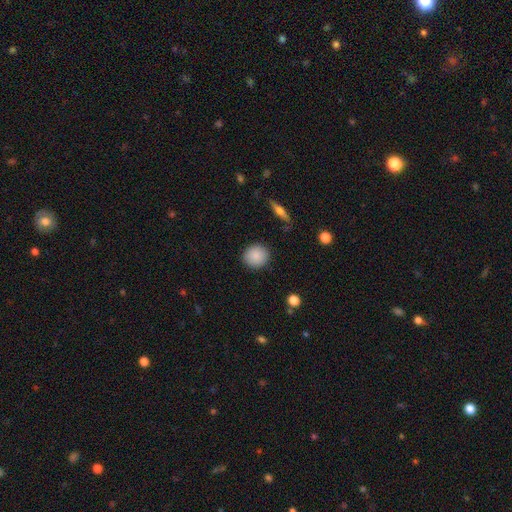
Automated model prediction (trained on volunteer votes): Overall: smooth (87%). How rounded: round (89%). Merging: none (90%).